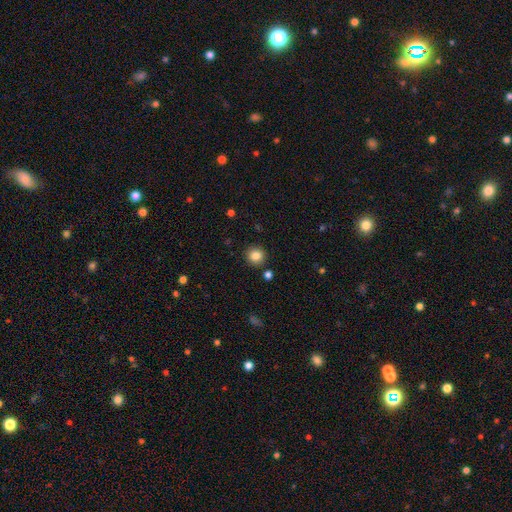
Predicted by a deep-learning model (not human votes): A smooth galaxy with no disk features (84%) that is round (92%). Merging: none (89%).